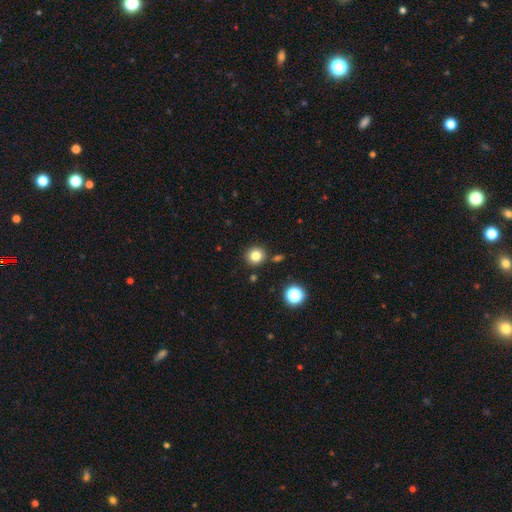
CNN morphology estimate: smooth 81%, star or artifact 13%, featured or disk 6%. Down the decision tree: how rounded — round (92%); merging — none (86%).